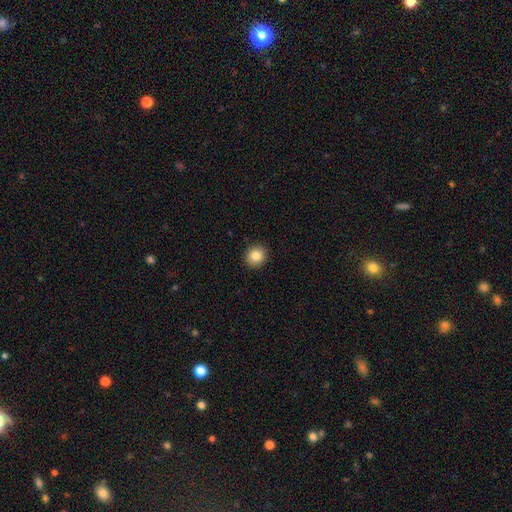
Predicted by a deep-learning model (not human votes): Smooth or featured?
  - smooth: 83% *
  - star or artifact: 9%
  - featured or disk: 7%
How rounded?
  - round: 89% *
  - in between: 10%
  - cigar-shaped: 1%
Merging?
  - none: 92% *
  - minor disturbance: 5%
  - major disturbance: 2%
  - merger: 1%